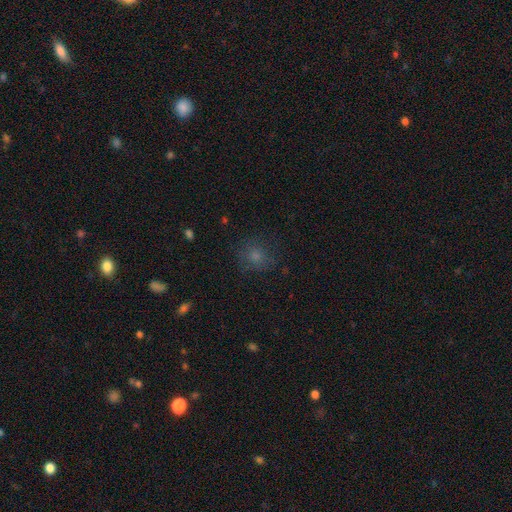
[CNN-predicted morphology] The model was most divided on "smooth or featured": smooth: 72%, star or artifact: 17%, featured or disk: 11%. More confident: how rounded — round (83%); merging — none (76%).